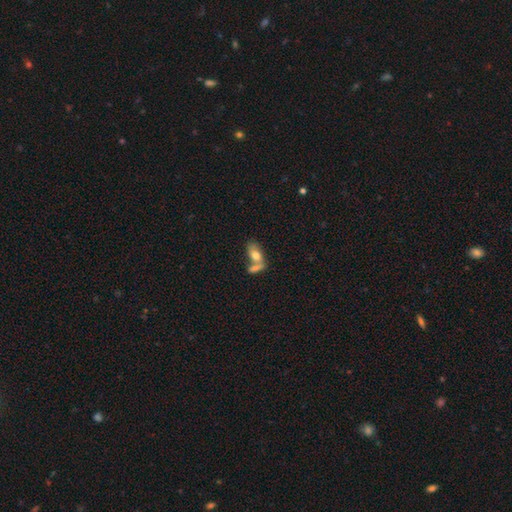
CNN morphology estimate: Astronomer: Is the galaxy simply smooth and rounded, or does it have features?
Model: smooth — 70%.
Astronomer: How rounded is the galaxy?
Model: in between — 86%.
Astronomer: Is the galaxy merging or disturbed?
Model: merger — 54% (runner-up: none, 30%).